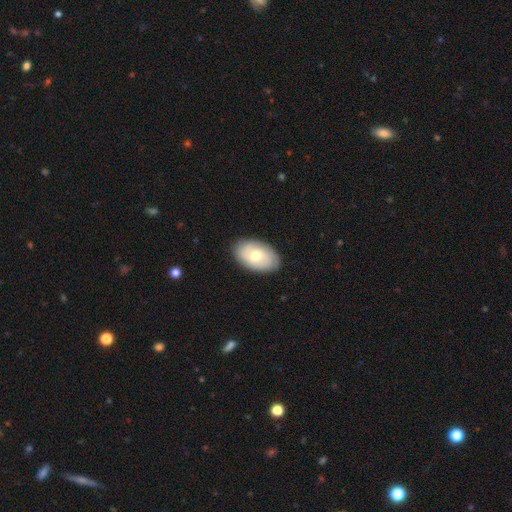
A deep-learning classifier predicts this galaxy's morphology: This is possibly a smooth galaxy (59%). How rounded: clearly in between (92%). Merging: clearly none (85%).